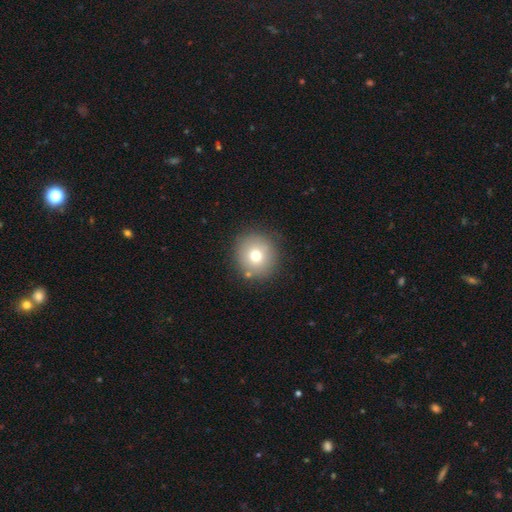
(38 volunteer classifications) smooth-or-featured: smooth: 71% | featured or disk: 21% | star or artifact: 8%
  how-rounded: round: 96% | in between: 4% | cigar-shaped: 0%
  merging: none: 80% | minor disturbance: 11% | major disturbance: 6% | merger: 3%